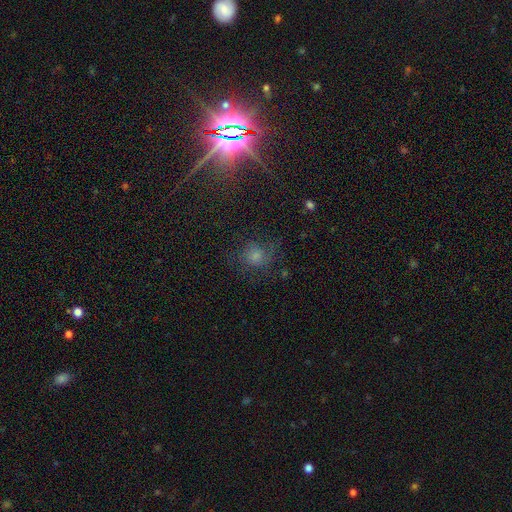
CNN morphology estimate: Overall: smooth (50%; featured or disk 26%). Merging: none (62%).